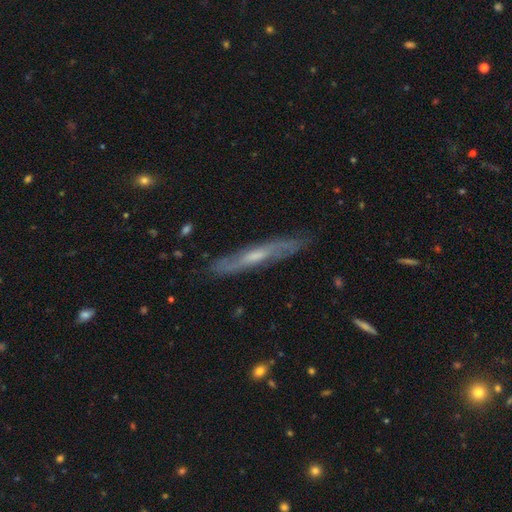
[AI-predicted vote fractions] Smooth or featured?
  - featured or disk: 68% *
  - smooth: 25%
  - star or artifact: 8%
Edge-on disk?
  - yes: 68% *
  - no: 32%
Merging?
  - none: 83% *
  - minor disturbance: 13%
  - major disturbance: 3%
  - merger: 1%